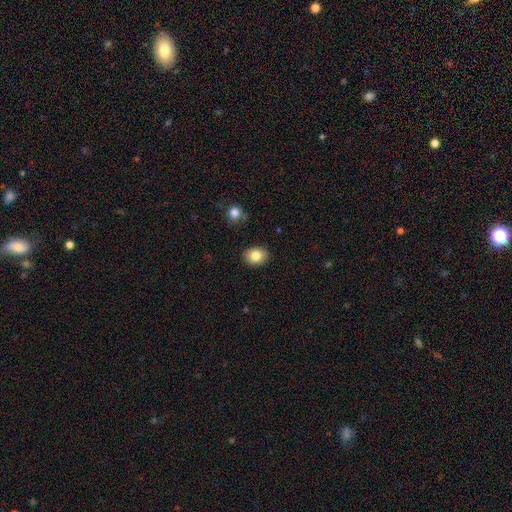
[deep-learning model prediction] A smooth galaxy with no disk features (82%) that is in between round and cigar-shaped (52%).

Vote fractions:
- Smooth or featured? smooth: 82% / star or artifact: 9% / featured or disk: 9%
- How rounded? in between: 52% / round: 47% / cigar-shaped: 1%
- Merging? none: 89% / minor disturbance: 8% / major disturbance: 2% / merger: 1%